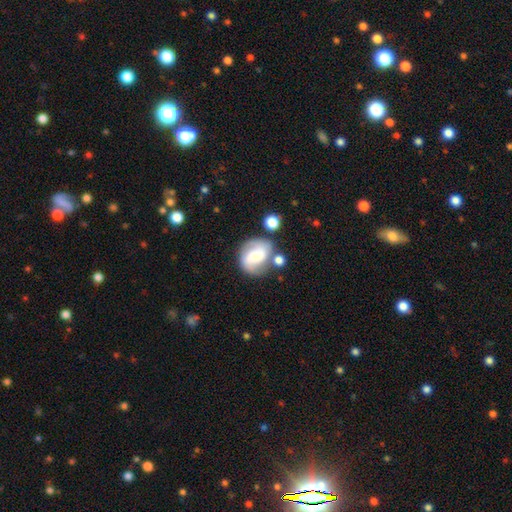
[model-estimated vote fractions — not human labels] Q: Smooth or featured?
A: featured or disk (58%); runner-up: smooth (33%)
Q: Edge-on disk?
A: no (98%); runner-up: yes (2%)
Q: Bar?
A: no (44%); runner-up: weak (40%)
Q: Spiral arms?
A: yes (89%); runner-up: no (11%)
Q: Spiral winding?
A: medium (45%); runner-up: loose (33%)
Q: Spiral arm count?
A: 2 (82%); runner-up: can't tell (8%)
Q: Bulge size?
A: small (30%); runner-up: moderate (28%)
Q: Merging?
A: none (55%); runner-up: minor disturbance (18%)